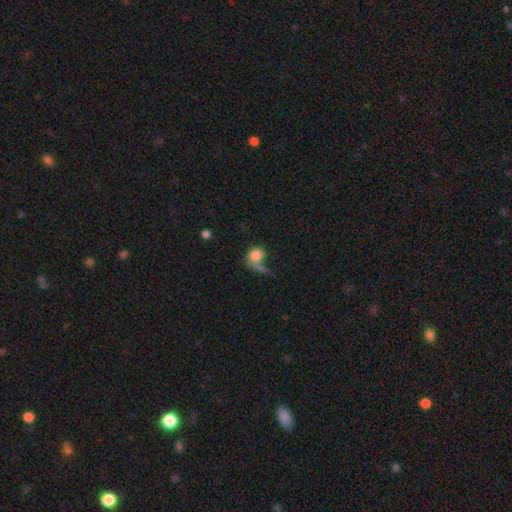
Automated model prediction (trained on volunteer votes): This appears to be a smooth galaxy with no disk features (73%) that is round (59%). Merging: major disturbance (35%).